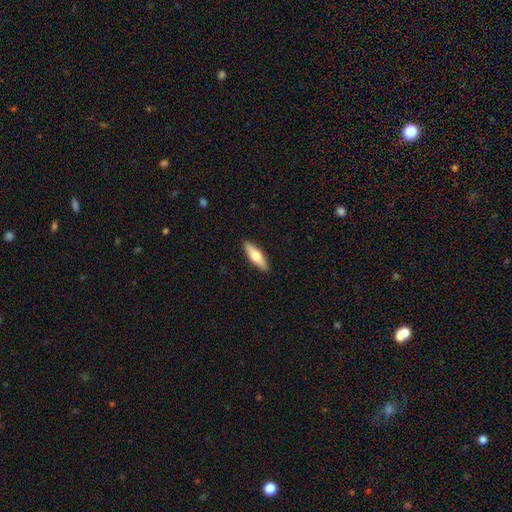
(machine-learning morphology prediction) This is likely a smooth galaxy (60%). How rounded: possibly cigar-shaped (55%). Merging: clearly none (91%).